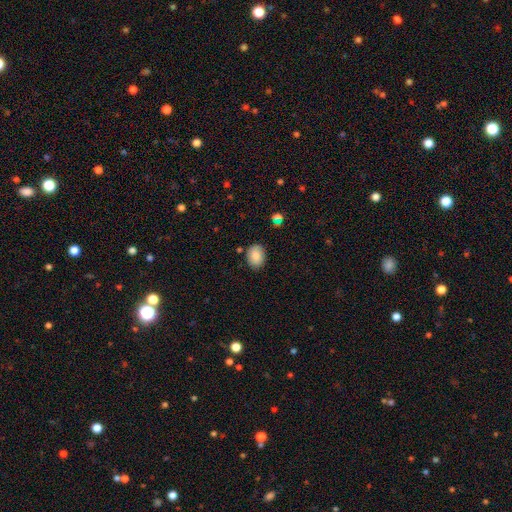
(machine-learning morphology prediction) Smooth or featured? smooth (85%)
How rounded? in between (69%)
Merging? none (83%)